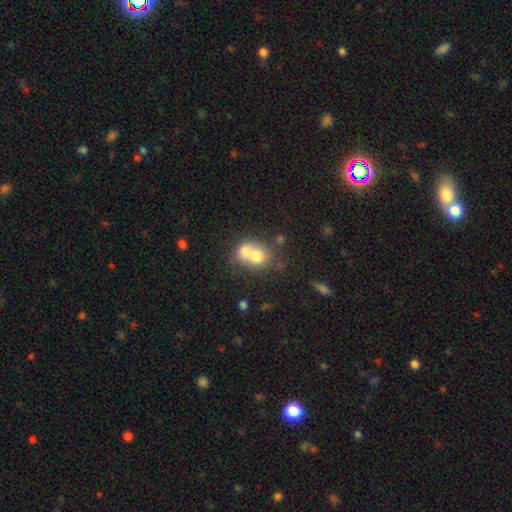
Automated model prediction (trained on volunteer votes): The model was most divided on "how rounded": round: 65%, in between: 34%, cigar-shaped: 1%. More confident: smooth or featured — smooth (69%); merging — merger (68%).